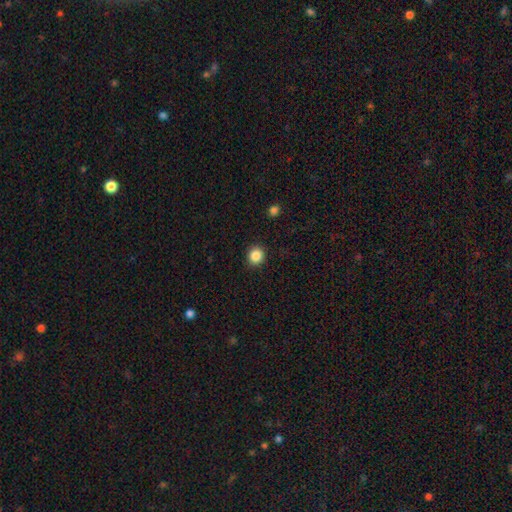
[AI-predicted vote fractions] The model was most divided on "smooth or featured": smooth: 86%, star or artifact: 10%, featured or disk: 4%. More confident: merging — none (91%); how rounded — round (88%).